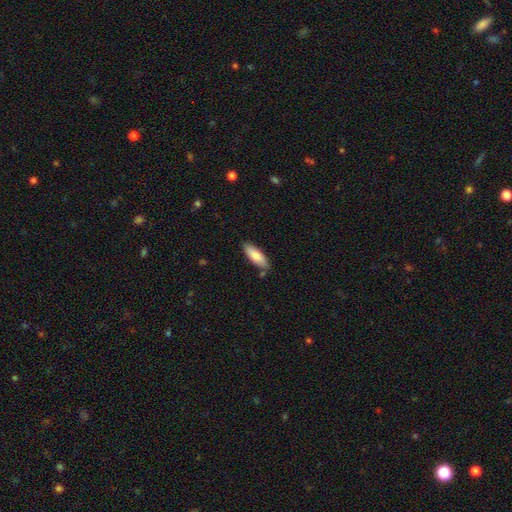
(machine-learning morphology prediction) type=smooth (79%); roundness=in between (62%); merging=none (81%).